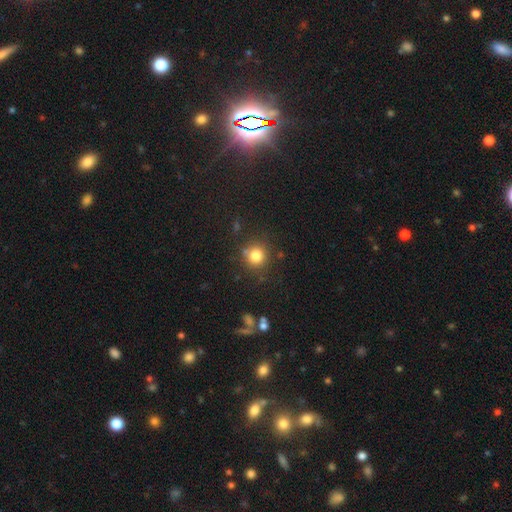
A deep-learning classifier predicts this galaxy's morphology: Q: Smooth or featured?
A: smooth (80%); runner-up: star or artifact (13%)
Q: How rounded?
A: round (92%); runner-up: in between (7%)
Q: Merging?
A: none (79%); runner-up: minor disturbance (10%)